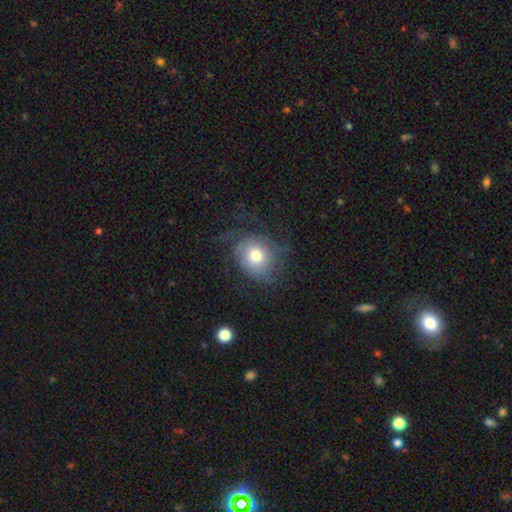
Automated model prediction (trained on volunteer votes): smooth_or_featured: smooth (p=0.54) [alt: featured or disk p=0.36]
how_rounded: round (p=0.68) [alt: in between p=0.31]
merging: none (p=0.55) [alt: major disturbance p=0.23]